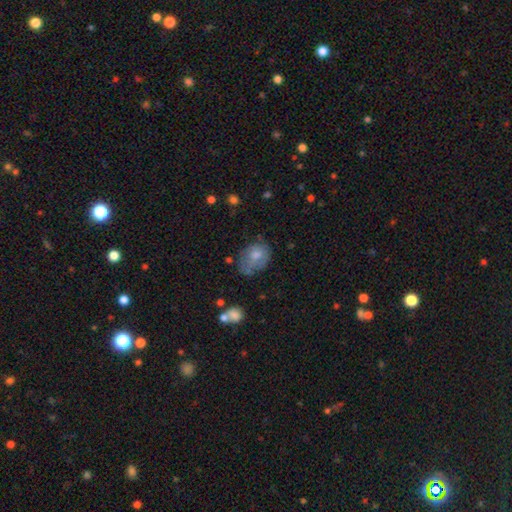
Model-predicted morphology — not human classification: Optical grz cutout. It shows a smooth galaxy with no disk features (69%) that is in between round and cigar-shaped (68%). Merging: none (42%).